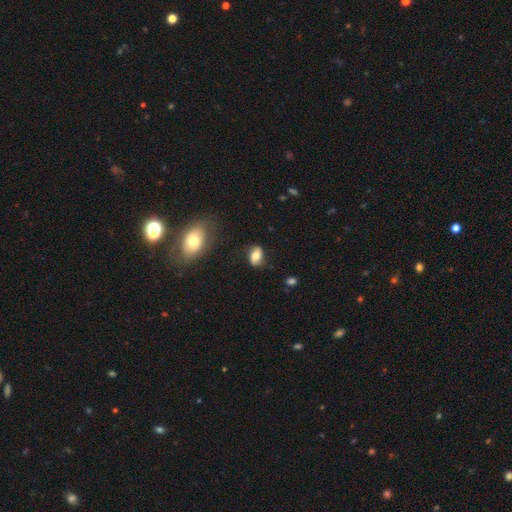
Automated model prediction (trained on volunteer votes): A smooth galaxy with no disk features (60%) that is in between round and cigar-shaped (81%).

Vote fractions:
- Smooth or featured? smooth: 60% / featured or disk: 31% / star or artifact: 9%
- How rounded? in between: 81% / round: 16% / cigar-shaped: 2%
- Merging? none: 70% / minor disturbance: 21% / major disturbance: 7% / merger: 2%